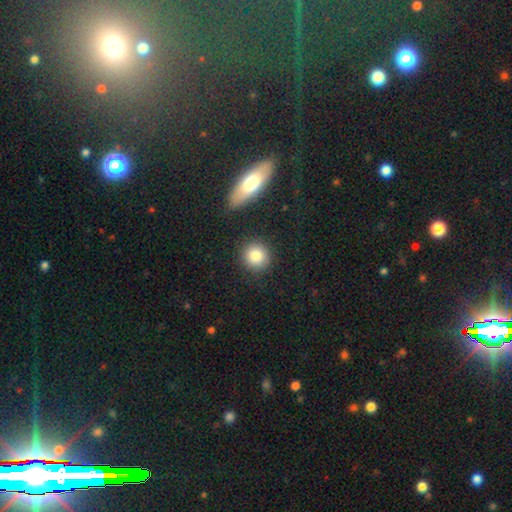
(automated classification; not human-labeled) This appears to be a smooth galaxy with no disk features (84%) that is round (89%). Merging: none (87%).